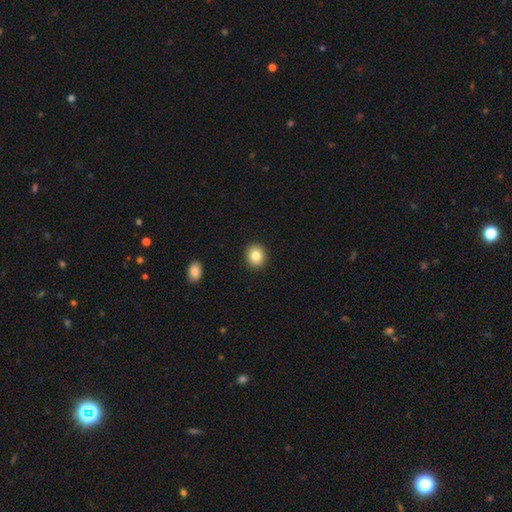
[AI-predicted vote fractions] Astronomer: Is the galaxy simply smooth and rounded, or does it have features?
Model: smooth — 84%.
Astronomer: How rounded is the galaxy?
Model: round — 81%.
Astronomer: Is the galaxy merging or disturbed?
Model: none — 92%.